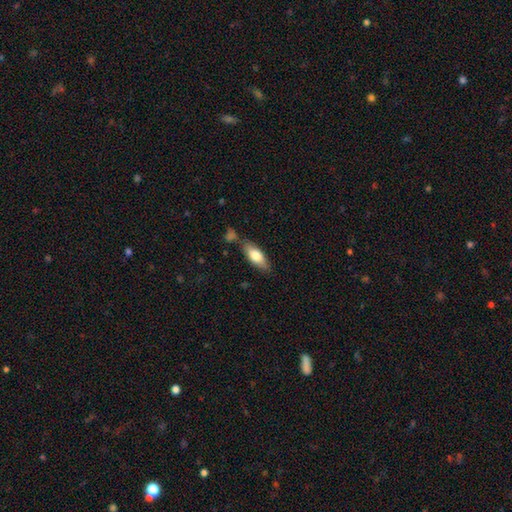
smooth 84%, featured or disk 11%, star or artifact 5%. Down the decision tree: how rounded — in between (66%); merging — none (75%).